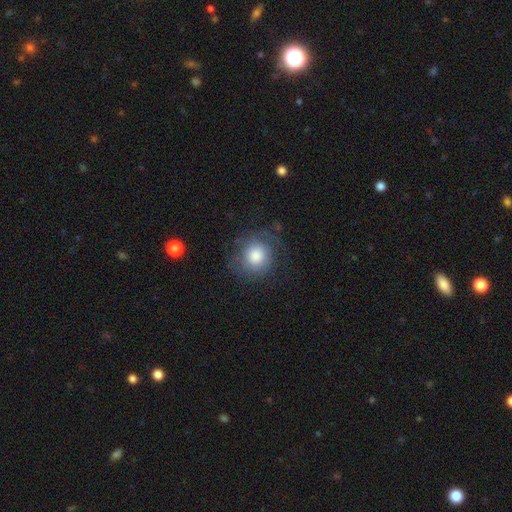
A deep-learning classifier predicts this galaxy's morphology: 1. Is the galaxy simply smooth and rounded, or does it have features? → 60% smooth, 32% featured or disk, 8% star or artifact.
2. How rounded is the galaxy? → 85% round, 14% in between, 1% cigar-shaped.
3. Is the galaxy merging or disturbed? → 65% none, 19% minor disturbance, 14% major disturbance, 1% merger.